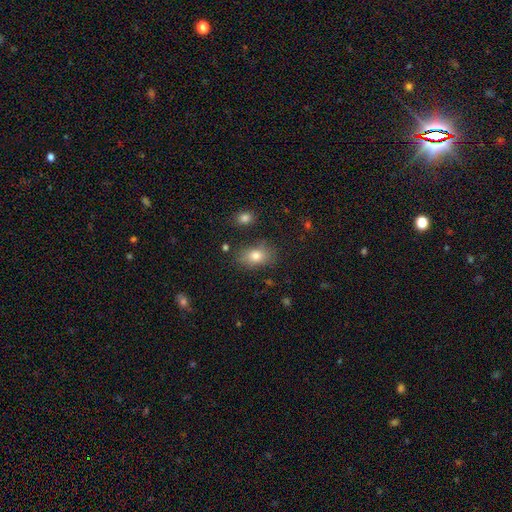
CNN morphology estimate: smooth 80%, featured or disk 11%, star or artifact 10%. Down the decision tree: how rounded — in between (82%); merging — none (78%).